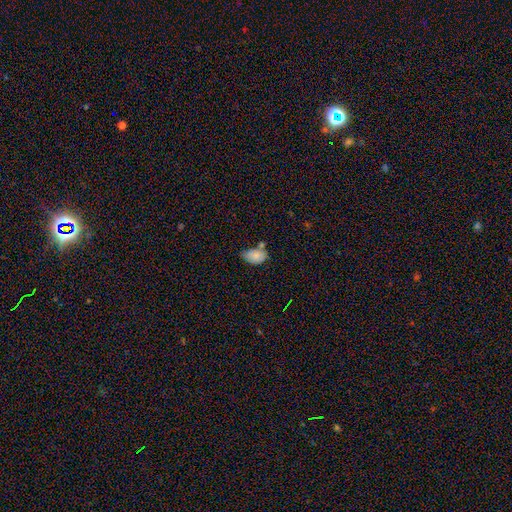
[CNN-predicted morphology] type=smooth (80%); roundness=in between (88%); merging=none (41%).